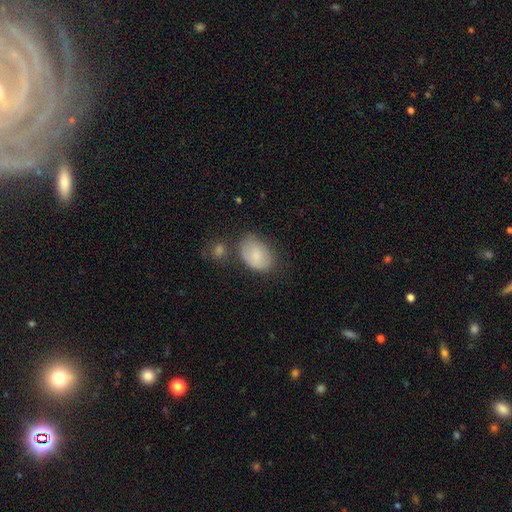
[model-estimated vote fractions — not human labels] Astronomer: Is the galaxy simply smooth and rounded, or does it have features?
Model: smooth — 78%.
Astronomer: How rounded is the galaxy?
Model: in between — 85%.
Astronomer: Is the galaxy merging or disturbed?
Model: none — 57%.